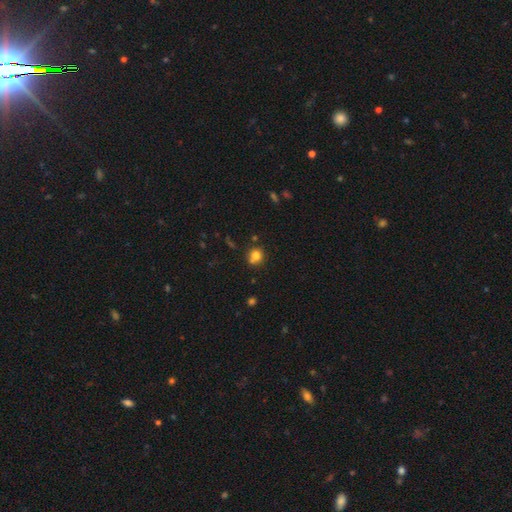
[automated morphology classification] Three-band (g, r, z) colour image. It shows a smooth galaxy with no disk features (78%) that is round (84%). Merging: none (64%).